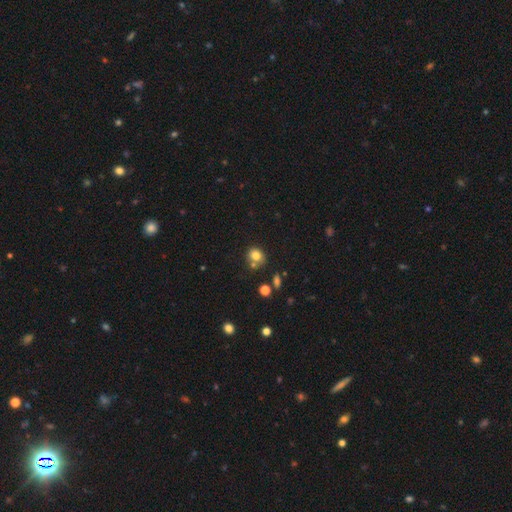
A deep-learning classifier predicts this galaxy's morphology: smooth 79%, star or artifact 12%, featured or disk 9%. Down the decision tree: how rounded — round (70%); merging — none (59%).